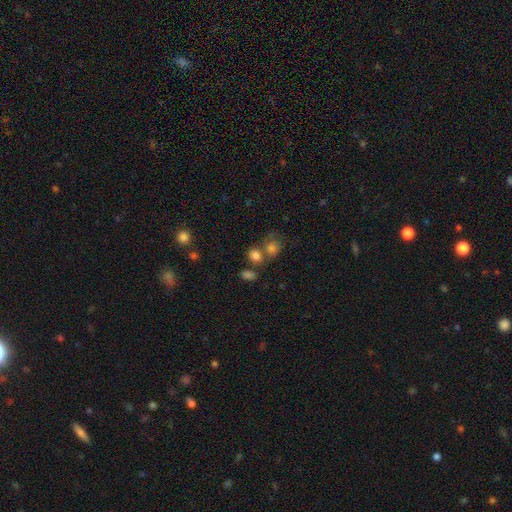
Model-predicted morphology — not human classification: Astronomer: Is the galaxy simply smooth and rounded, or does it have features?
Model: smooth — 80%.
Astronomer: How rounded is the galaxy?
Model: round — 55% (runner-up: in between, 44%).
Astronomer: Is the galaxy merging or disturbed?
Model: none — 49% (runner-up: merger, 33%).